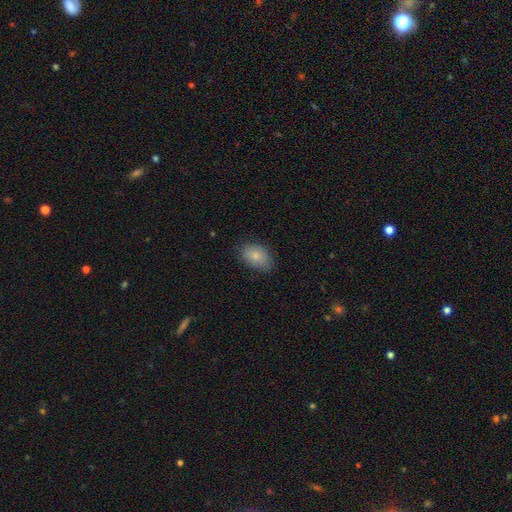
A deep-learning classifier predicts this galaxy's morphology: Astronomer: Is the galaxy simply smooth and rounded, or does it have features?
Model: smooth — 84%.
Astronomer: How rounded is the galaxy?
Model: in between — 87%.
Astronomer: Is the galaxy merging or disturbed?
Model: none — 81%.